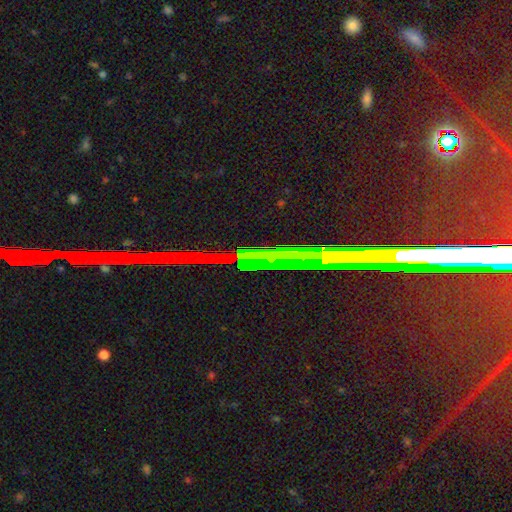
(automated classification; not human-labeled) Overall: star or artifact (83%).